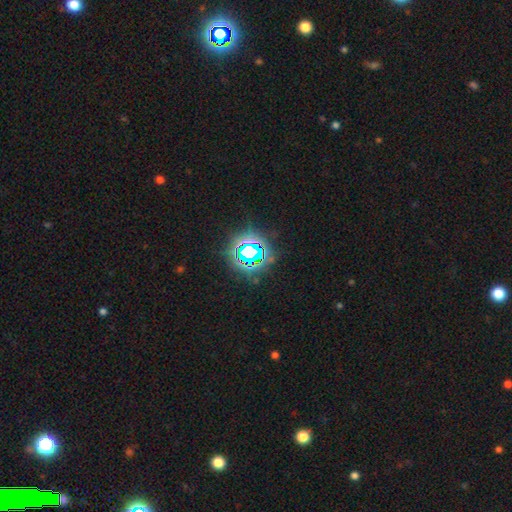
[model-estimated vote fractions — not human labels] Smooth or featured: star or artifact — 80% (smooth — 12%)